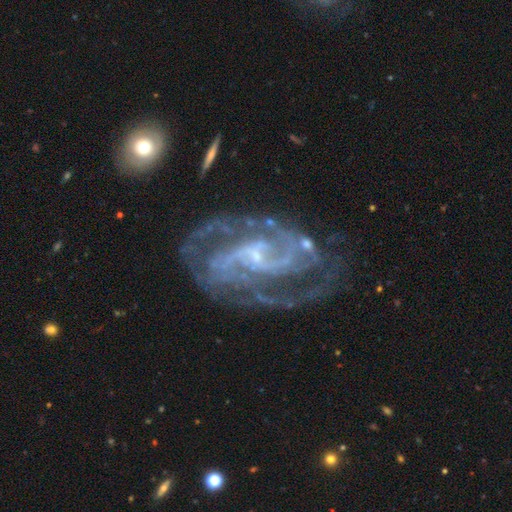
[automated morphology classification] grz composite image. It shows a featured or disk galaxy (92%) with a weak bar (43%), 2 (52%) medium (50%) spiral arms (97%) and a small central bulge (80%). Merging: none (65%).